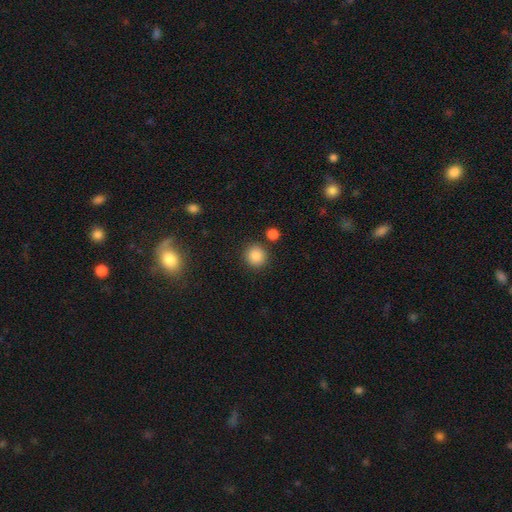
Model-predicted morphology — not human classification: The model was most divided on "smooth or featured": smooth: 86%, star or artifact: 10%, featured or disk: 4%. More confident: how rounded — round (91%); merging — none (85%).